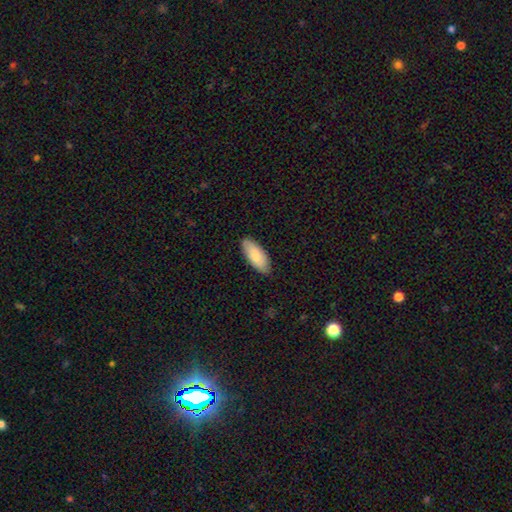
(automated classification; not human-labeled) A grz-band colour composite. It shows a smooth galaxy with no disk features (82%) that is in between round and cigar-shaped (85%). Merging: none (87%).